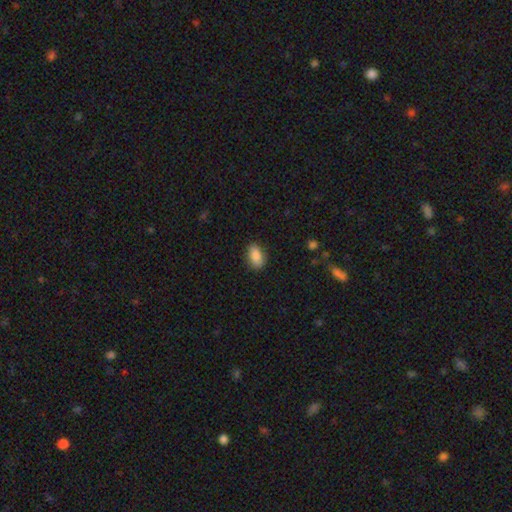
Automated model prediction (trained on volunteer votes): The model was most divided on "merging": none: 84%, minor disturbance: 13%, major disturbance: 3%, merger: 1%. More confident: how rounded — in between (88%); smooth or featured — smooth (87%).